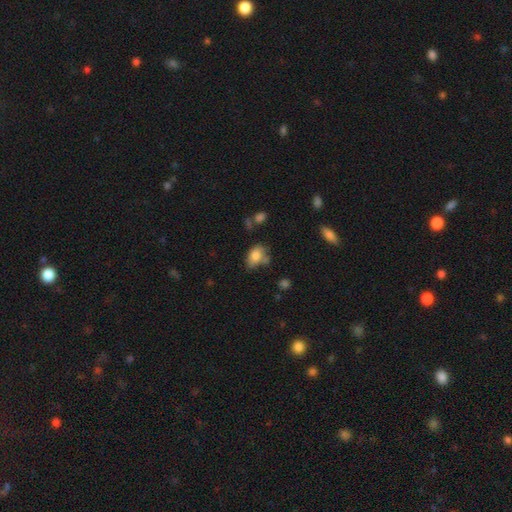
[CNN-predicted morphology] The model was most divided on "merging": none: 51%, minor disturbance: 27%, merger: 13%, major disturbance: 9%. More confident: how rounded — in between (85%); smooth or featured — smooth (79%).